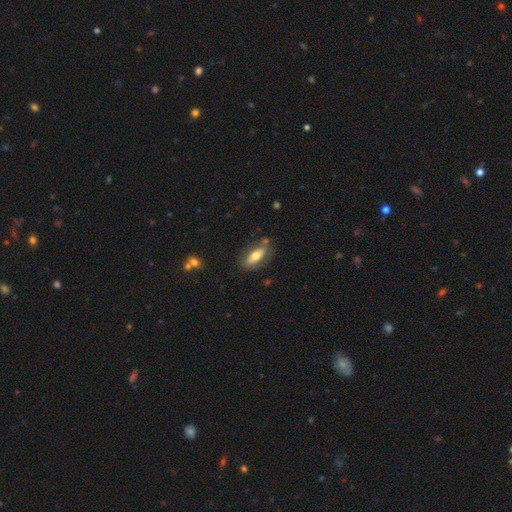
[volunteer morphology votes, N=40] This is likely a smooth galaxy (60%). How rounded: clearly in between (92%). Merging: likely none (74%).